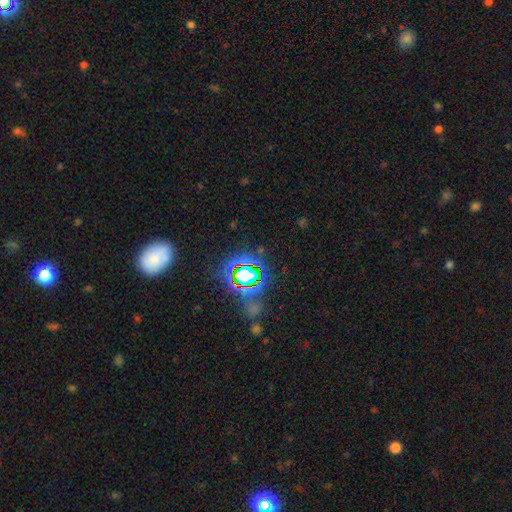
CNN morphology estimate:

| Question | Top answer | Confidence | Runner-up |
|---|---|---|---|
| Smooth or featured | star or artifact | 71% | smooth (19%) |